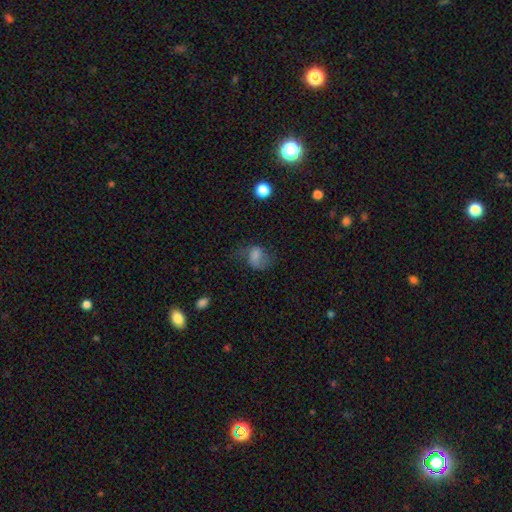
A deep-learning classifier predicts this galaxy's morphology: Overall: smooth (62%; featured or disk 25%). How rounded: in between (64%; round 35%). Merging: none (37%; major disturbance 34%).